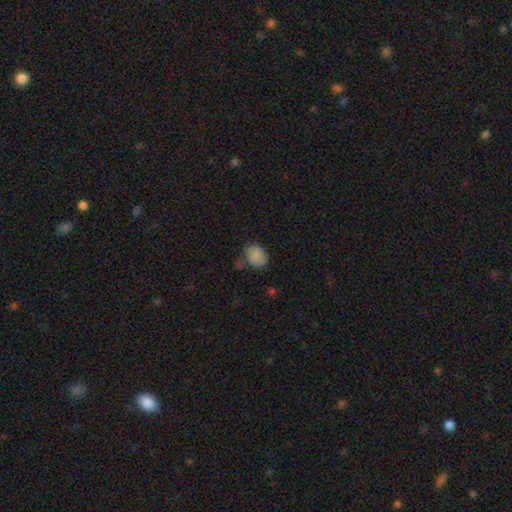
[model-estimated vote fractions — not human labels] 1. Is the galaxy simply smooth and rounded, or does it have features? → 81% smooth, 9% featured or disk, 9% star or artifact.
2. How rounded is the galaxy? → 61% in between, 38% round, 1% cigar-shaped.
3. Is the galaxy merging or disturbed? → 54% none, 26% minor disturbance, 11% merger, 9% major disturbance.